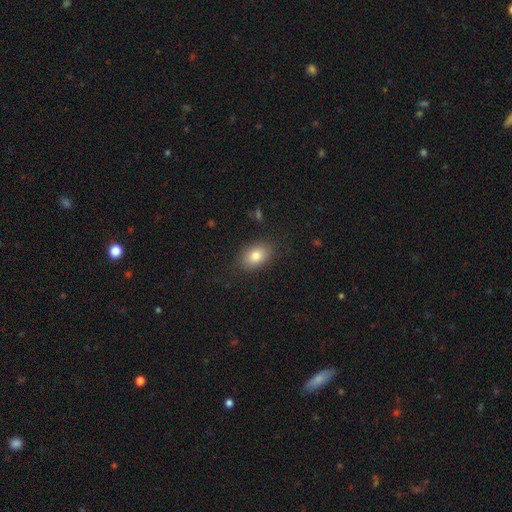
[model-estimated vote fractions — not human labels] The model was most divided on "how rounded": in between: 83%, round: 15%, cigar-shaped: 1%. More confident: merging — none (85%); smooth or featured — smooth (82%).